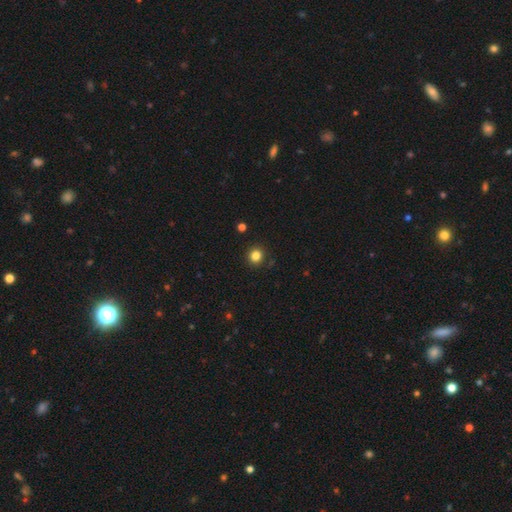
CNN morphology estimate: smooth-or-featured: smooth: 83% | star or artifact: 12% | featured or disk: 4%
  how-rounded: round: 90% | in between: 9% | cigar-shaped: 1%
  merging: none: 91% | minor disturbance: 6% | major disturbance: 2% | merger: 1%